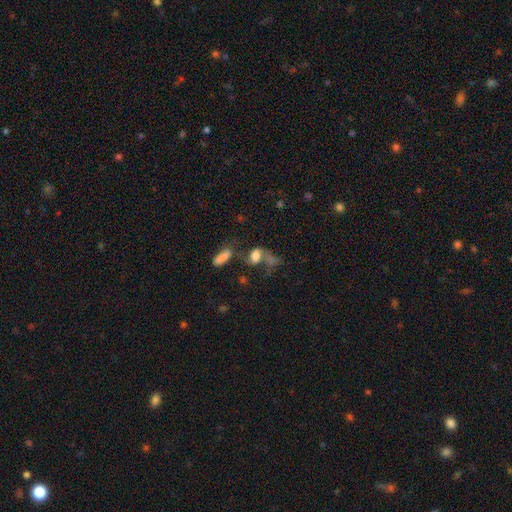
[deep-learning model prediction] Smooth or featured? smooth (57%)
How rounded? in between (77%)
Merging? merger (34%)